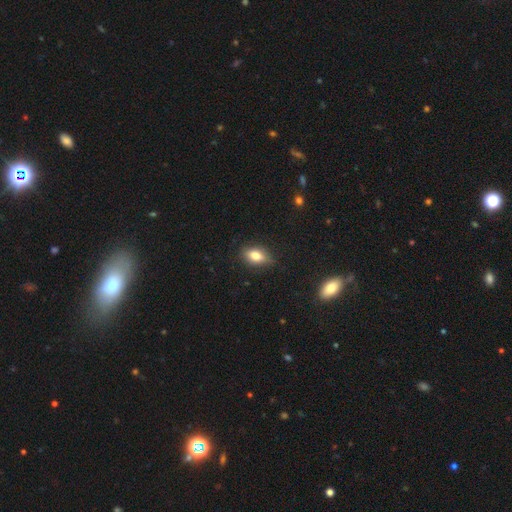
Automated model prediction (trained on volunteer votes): Smooth or featured: smooth — 79% (featured or disk — 12%)
How rounded: in between — 86% (round — 10%)
Merging: none — 79% (minor disturbance — 17%)